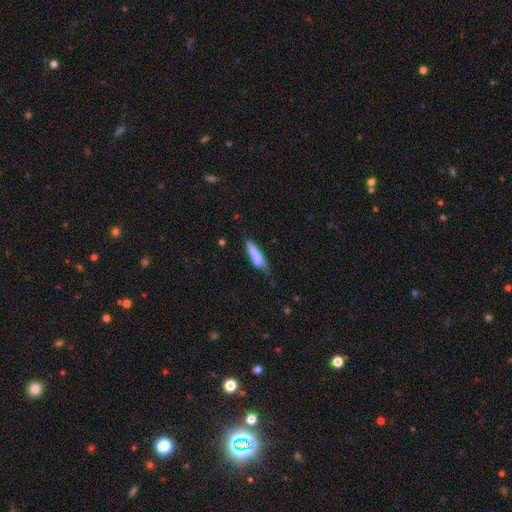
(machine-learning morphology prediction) Smooth or featured? Predicted: smooth (p=0.77). How rounded? Predicted: cigar-shaped (p=0.75). Merging? Predicted: none (p=0.52).